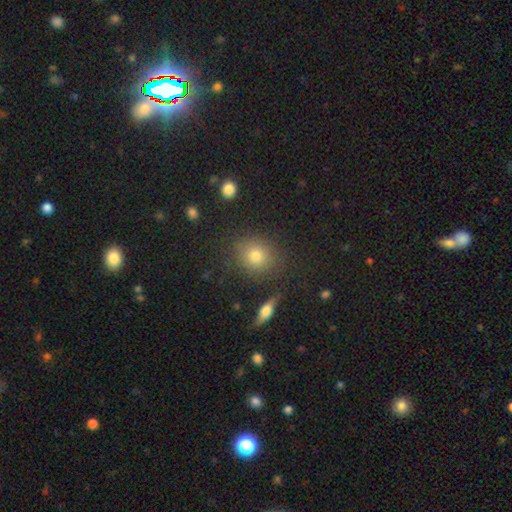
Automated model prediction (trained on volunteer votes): Smooth or featured? Predicted: smooth (p=0.77). How rounded? Predicted: round (p=0.74). Merging? Predicted: none (p=0.84).